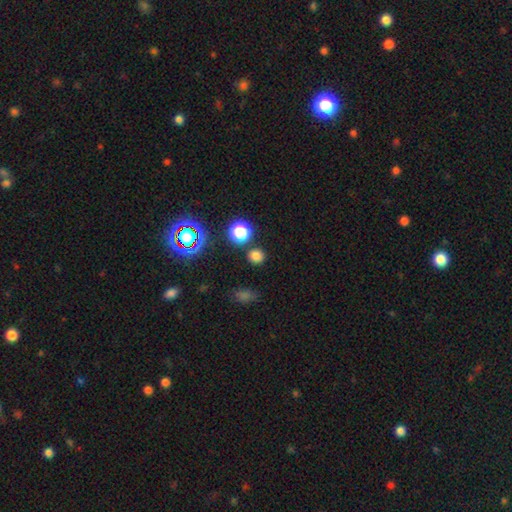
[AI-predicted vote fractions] Smooth or featured: smooth — 73% (star or artifact — 23%)
How rounded: round — 88% (in between — 11%)
Merging: none — 85% (minor disturbance — 7%)